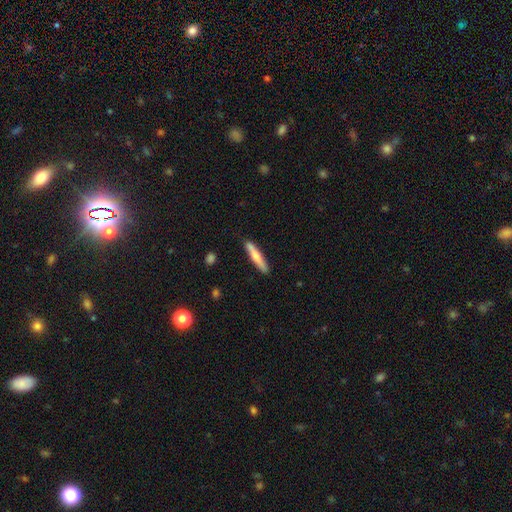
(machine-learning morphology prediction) type=smooth (62%); roundness=cigar-shaped (91%); merging=none (86%).